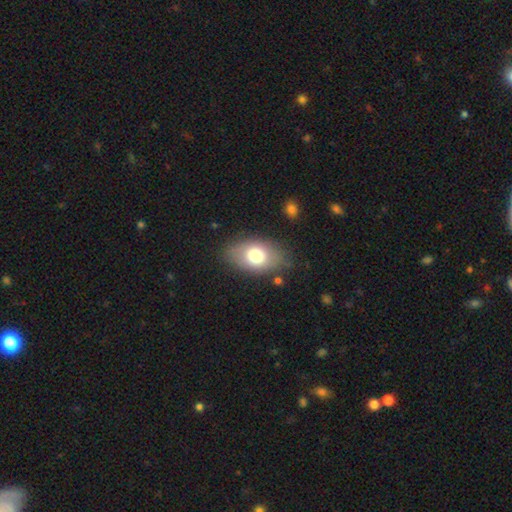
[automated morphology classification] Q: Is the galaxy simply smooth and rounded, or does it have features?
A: smooth — 75%.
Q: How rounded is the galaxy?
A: in between — 87%.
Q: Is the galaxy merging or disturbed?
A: none — 79%.